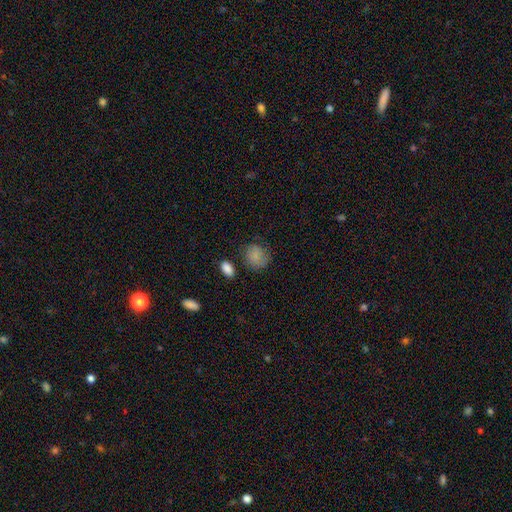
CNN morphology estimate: Smooth or featured? smooth (82%)
How rounded? round (66%)
Merging? none (68%)